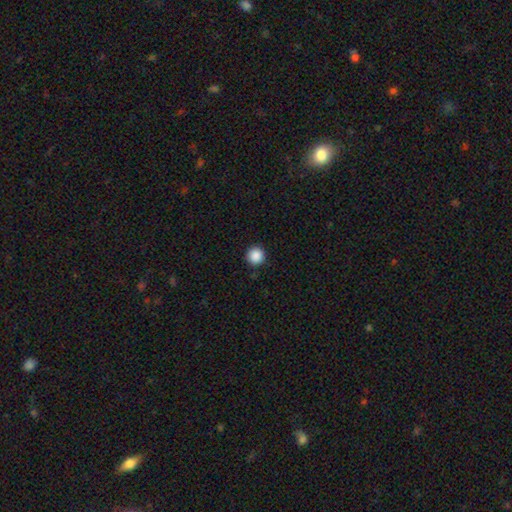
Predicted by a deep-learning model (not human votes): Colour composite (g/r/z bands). It shows a smooth galaxy with no disk features (88%) that is round (96%). Merging: none (92%).